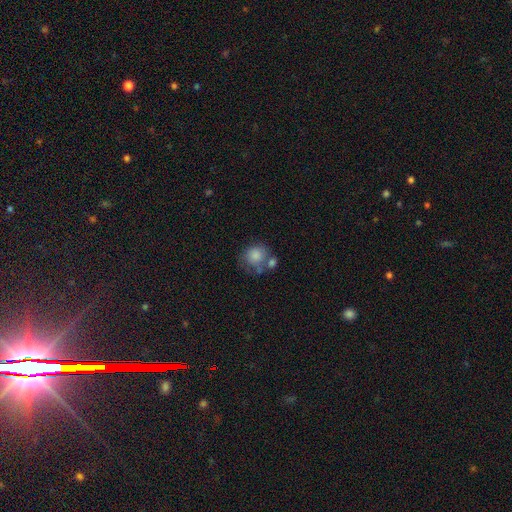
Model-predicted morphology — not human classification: smooth-or-featured: smooth: 79% | featured or disk: 13% | star or artifact: 8%
  how-rounded: round: 78% | in between: 22% | cigar-shaped: 1%
  merging: none: 42% | merger: 27% | minor disturbance: 19% | major disturbance: 12%